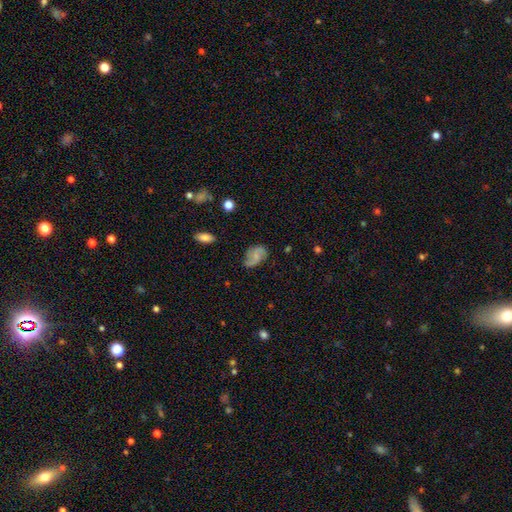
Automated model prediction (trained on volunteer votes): smooth_or_featured: featured or disk (p=0.55) [alt: smooth p=0.36]
disk_edge_on: no (p=0.96) [alt: yes p=0.04]
bar: no (p=0.63) [alt: weak p=0.32]
has_spiral_arms: yes (p=0.88) [alt: no p=0.12]
bulge_size: small (p=0.59) [alt: moderate p=0.23]
merging: none (p=0.67) [alt: minor disturbance p=0.24]